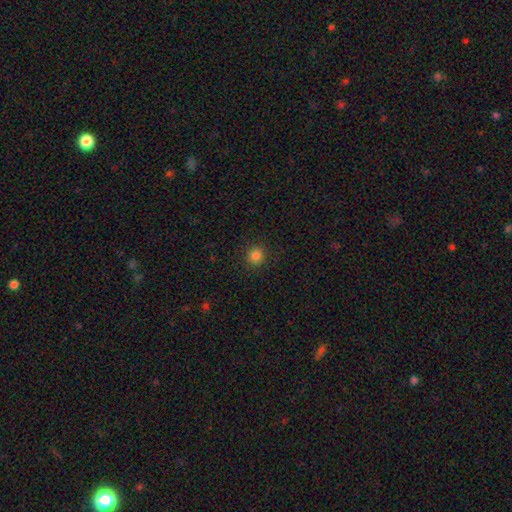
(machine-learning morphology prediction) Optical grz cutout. It shows a smooth galaxy with no disk features (83%) that is round (93%). Merging: none (92%).